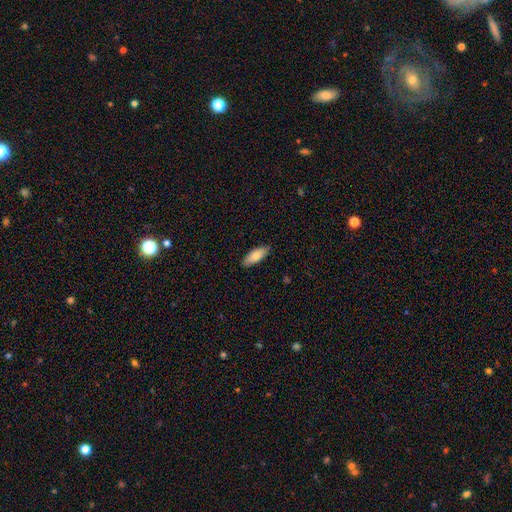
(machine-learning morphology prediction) This is clearly a smooth galaxy (80%). How rounded: likely in between (74%). Merging: clearly none (88%).